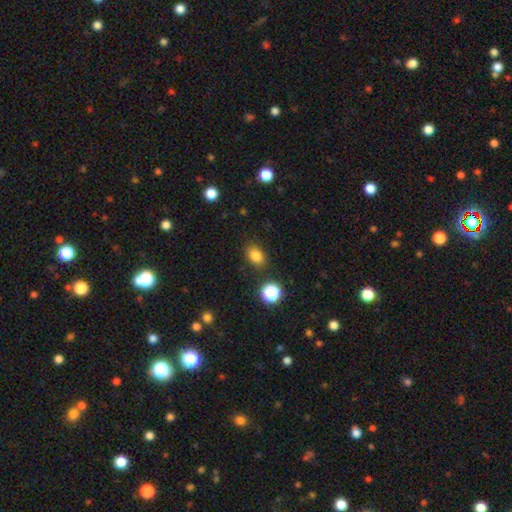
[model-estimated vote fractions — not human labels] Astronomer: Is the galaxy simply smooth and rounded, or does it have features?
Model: smooth — 81%.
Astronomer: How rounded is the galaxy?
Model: in between — 73%.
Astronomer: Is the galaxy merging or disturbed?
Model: none — 84%.